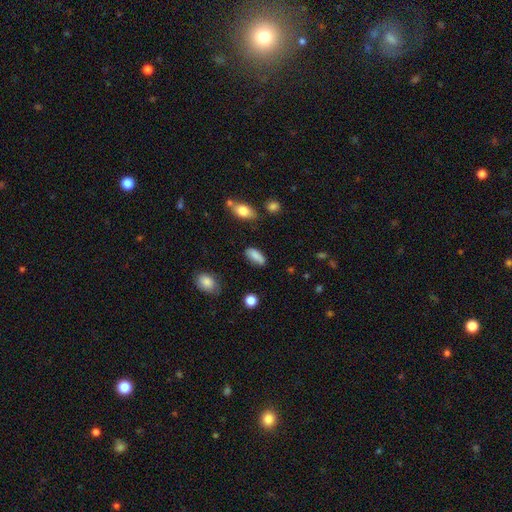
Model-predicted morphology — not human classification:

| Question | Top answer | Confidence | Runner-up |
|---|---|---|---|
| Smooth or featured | smooth | 82% | featured or disk (10%) |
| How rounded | in between | 79% | cigar-shaped (17%) |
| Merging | none | 76% | minor disturbance (17%) |